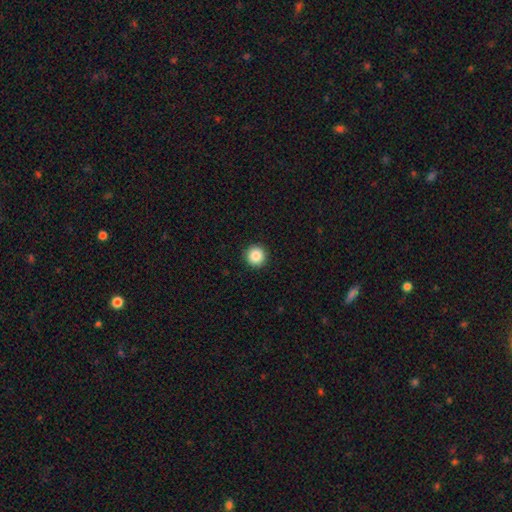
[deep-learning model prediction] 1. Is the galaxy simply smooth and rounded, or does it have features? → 87% smooth, 9% star or artifact, 4% featured or disk.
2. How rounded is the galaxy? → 96% round, 3% in between, 1% cigar-shaped.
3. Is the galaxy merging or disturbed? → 93% none, 4% minor disturbance, 2% major disturbance, 1% merger.